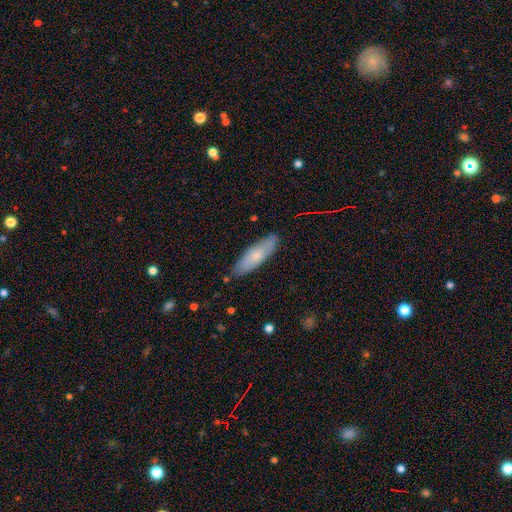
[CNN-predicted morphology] smooth-or-featured: smooth: 71% | featured or disk: 23% | star or artifact: 6%
  how-rounded: cigar-shaped: 56% | in between: 42% | round: 2%
  merging: none: 84% | minor disturbance: 12% | major disturbance: 2% | merger: 1%